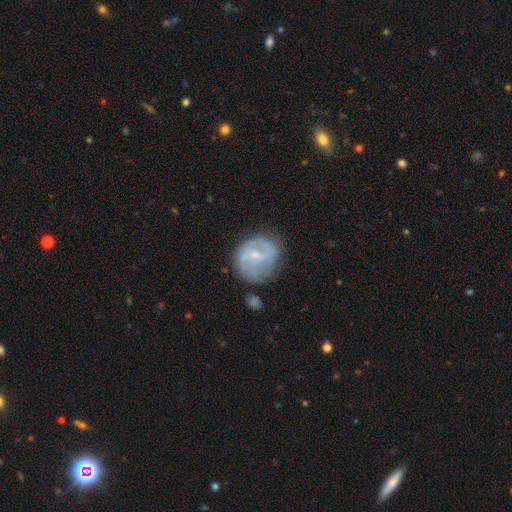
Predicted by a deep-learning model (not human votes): smooth-or-featured: featured or disk: 69% | smooth: 24% | star or artifact: 7%
  disk-edge-on: no: 98% | yes: 2%
    bar: weak: 49% | no: 37% | strong: 14%
    has-spiral-arms: yes: 81% | no: 19%
      spiral-winding: medium: 44% | tight: 30% | loose: 26%
      spiral-arm-count: 2: 62% | can't tell: 22% | 3: 8% | 1: 5% | 4: 2% | more than 4: 2%
    bulge-size: small: 71% | moderate: 22% | none: 6% | large: 1% | dominant: 1%
  merging: none: 64% | minor disturbance: 23% | major disturbance: 10% | merger: 3%